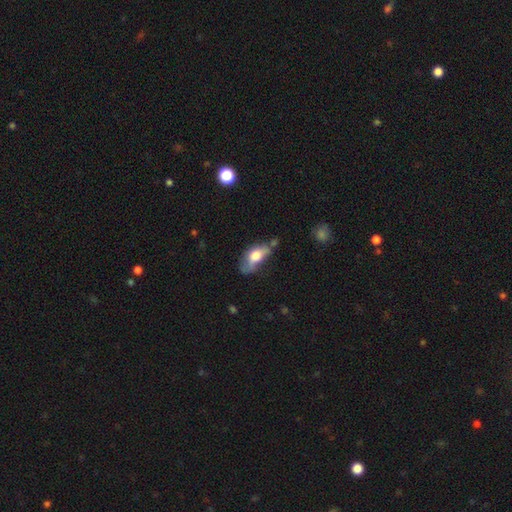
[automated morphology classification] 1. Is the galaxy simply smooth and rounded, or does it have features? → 61% smooth, 32% featured or disk, 8% star or artifact.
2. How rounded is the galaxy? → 84% in between, 10% cigar-shaped, 6% round.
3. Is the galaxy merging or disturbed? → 35% none, 33% minor disturbance, 21% major disturbance, 11% merger.